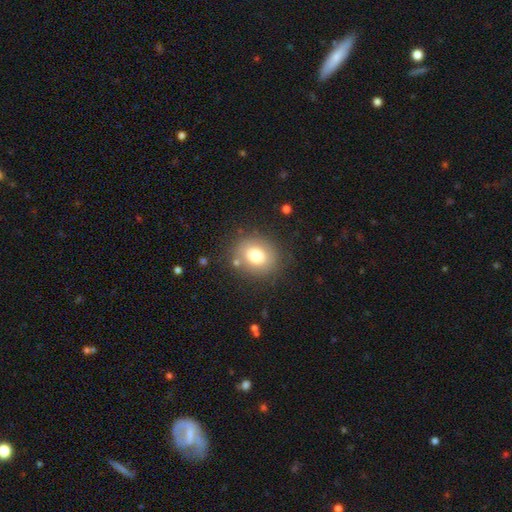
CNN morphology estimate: smooth-or-featured: smooth: 74% | featured or disk: 16% | star or artifact: 10%
  how-rounded: round: 73% | in between: 26% | cigar-shaped: 1%
  merging: none: 81% | minor disturbance: 11% | major disturbance: 5% | merger: 3%